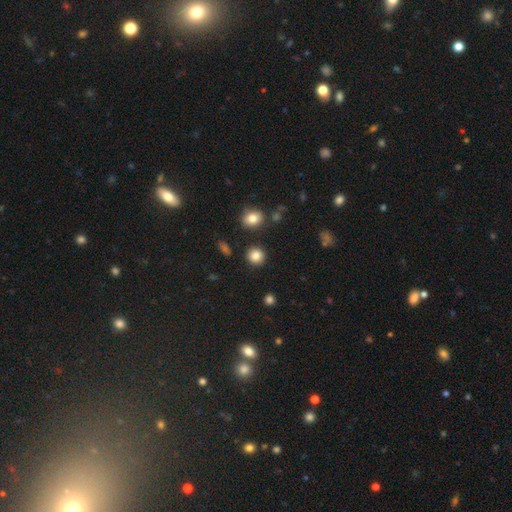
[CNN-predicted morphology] A smooth galaxy with no disk features (85%) that is round (91%).

Vote fractions:
- Smooth or featured? smooth: 85% / star or artifact: 10% / featured or disk: 5%
- How rounded? round: 91% / in between: 8% / cigar-shaped: 1%
- Merging? none: 89% / minor disturbance: 6% / merger: 2% / major disturbance: 2%